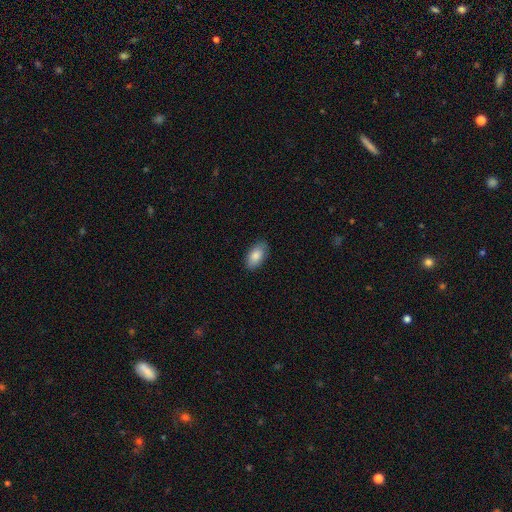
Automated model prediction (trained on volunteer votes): Smooth or featured? smooth (85%)
How rounded? in between (94%)
Merging? none (87%)